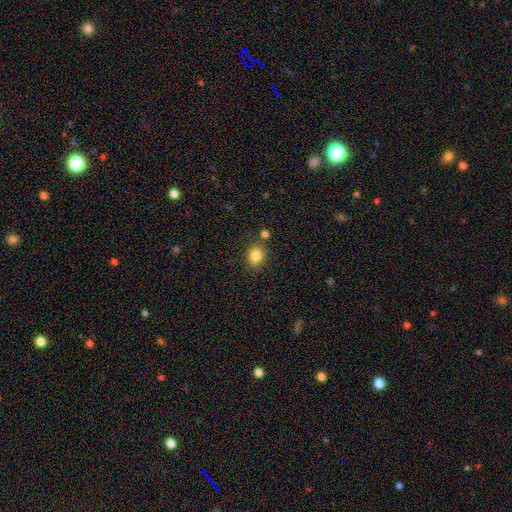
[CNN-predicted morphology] smooth_or_featured: smooth (p=0.83) [alt: star or artifact p=0.10]
how_rounded: round (p=0.56) [alt: in between p=0.43]
merging: none (p=0.78) [alt: minor disturbance p=0.11]